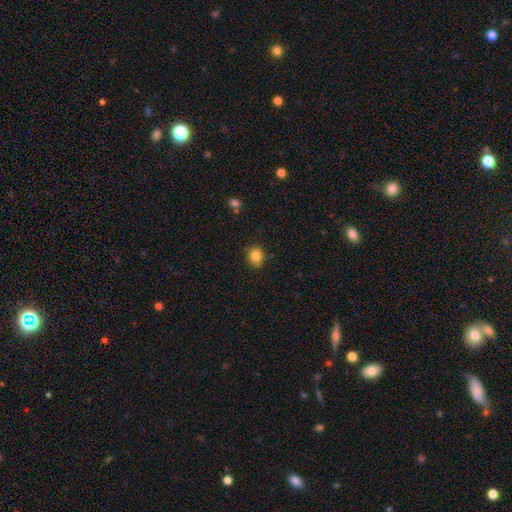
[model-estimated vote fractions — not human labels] The model was most divided on "how rounded": round: 69%, in between: 30%, cigar-shaped: 1%. More confident: smooth or featured — smooth (84%); merging — none (83%).